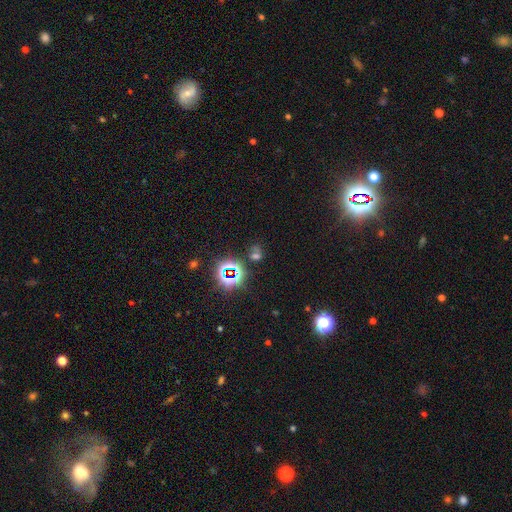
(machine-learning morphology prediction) This is possibly a star or artifact rather than a galaxy (54%).